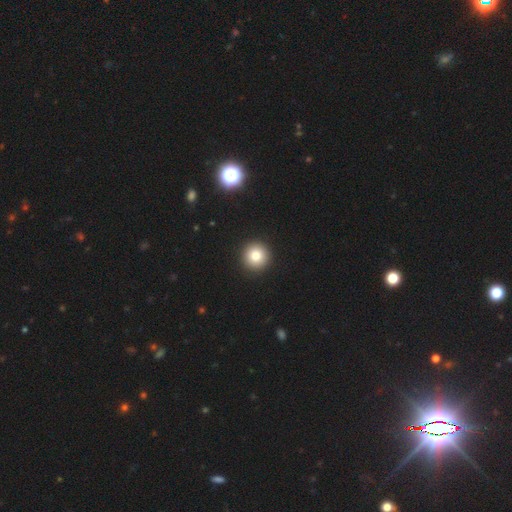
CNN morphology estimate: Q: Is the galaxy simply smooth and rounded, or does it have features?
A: smooth — 81%.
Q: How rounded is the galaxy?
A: round — 95%.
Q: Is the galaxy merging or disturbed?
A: none — 93%.